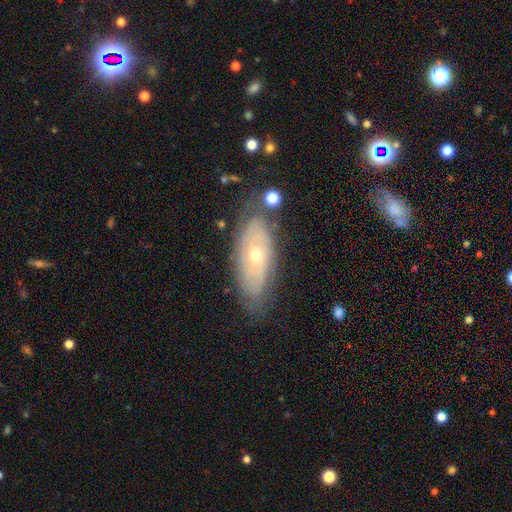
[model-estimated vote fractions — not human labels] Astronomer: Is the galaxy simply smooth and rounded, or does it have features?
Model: featured or disk — 66%.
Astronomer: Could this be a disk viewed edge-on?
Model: no — 84%.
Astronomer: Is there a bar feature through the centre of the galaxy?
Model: no — 86%.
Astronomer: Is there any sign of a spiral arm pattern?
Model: yes — 65%.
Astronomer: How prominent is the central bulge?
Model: small — 56% (runner-up: moderate, 41%).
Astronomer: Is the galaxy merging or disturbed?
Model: none — 74%.